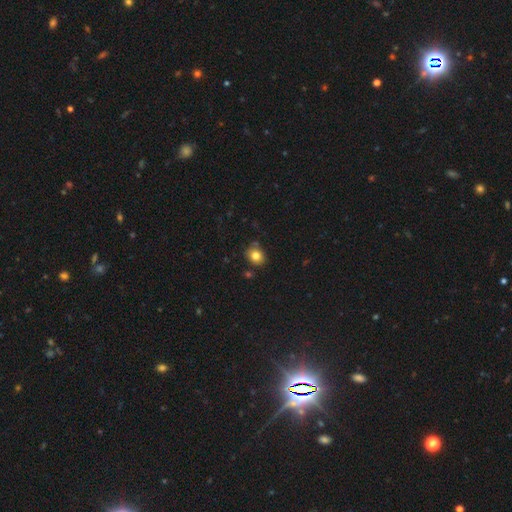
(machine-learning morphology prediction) smooth-or-featured: smooth: 81% | star or artifact: 11% | featured or disk: 8%
  how-rounded: round: 63% | in between: 36% | cigar-shaped: 1%
  merging: none: 79% | minor disturbance: 13% | merger: 5% | major disturbance: 3%